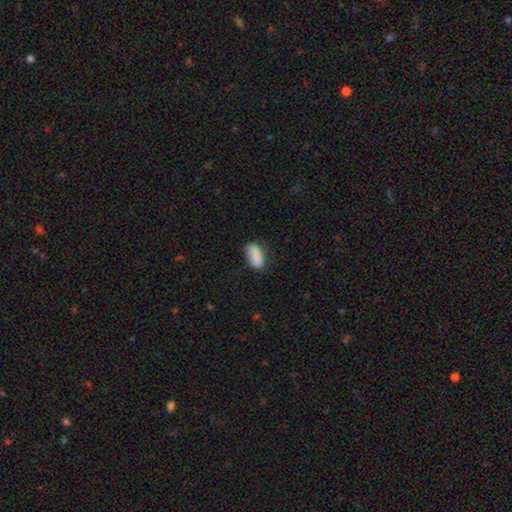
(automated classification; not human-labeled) Smooth or featured? smooth (84%)
How rounded? in between (89%)
Merging? none (62%)